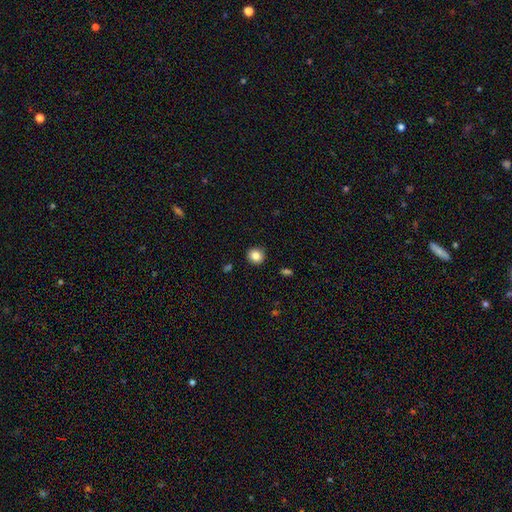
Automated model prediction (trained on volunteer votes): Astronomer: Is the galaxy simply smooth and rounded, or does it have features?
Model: smooth — 85%.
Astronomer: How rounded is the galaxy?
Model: round — 88%.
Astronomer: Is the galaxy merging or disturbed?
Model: none — 90%.